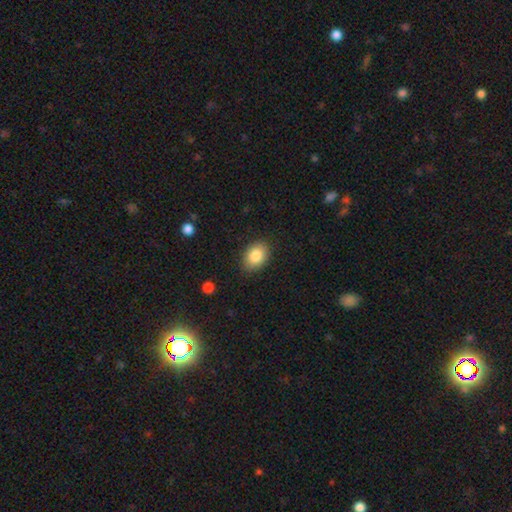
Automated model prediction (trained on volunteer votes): A smooth galaxy with no disk features (86%) that is in between round and cigar-shaped (77%).

Vote fractions:
- Smooth or featured? smooth: 86% / star or artifact: 7% / featured or disk: 7%
- How rounded? in between: 77% / round: 22% / cigar-shaped: 1%
- Merging? none: 86% / minor disturbance: 11% / major disturbance: 3% / merger: 1%